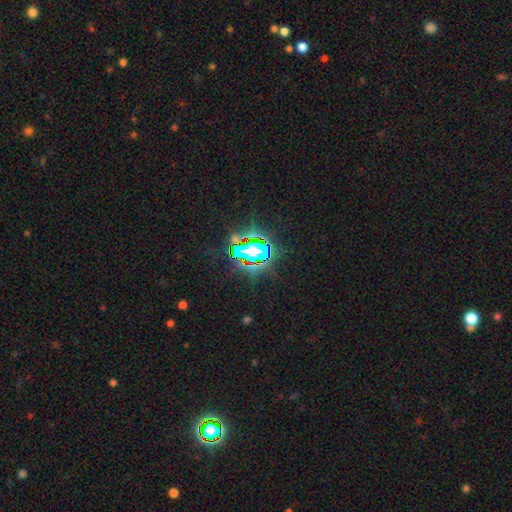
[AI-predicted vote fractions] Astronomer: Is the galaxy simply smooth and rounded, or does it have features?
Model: star or artifact — 76%.